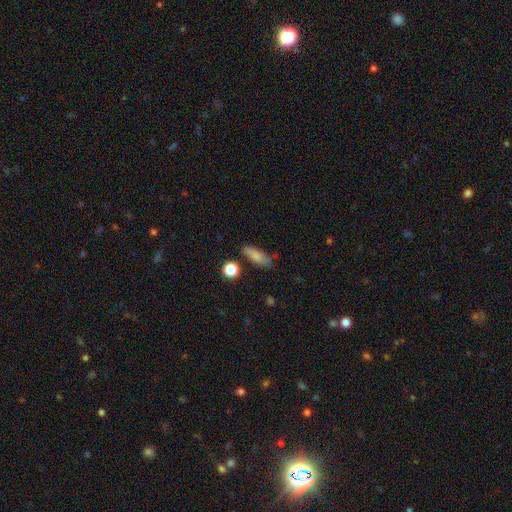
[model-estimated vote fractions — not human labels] Overall: smooth (78%). How rounded: in between (54%; cigar-shaped 41%). Merging: none (74%).